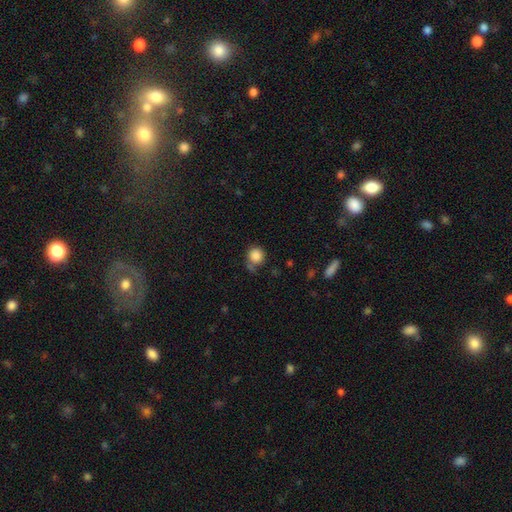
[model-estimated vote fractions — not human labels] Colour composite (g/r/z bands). It shows a smooth galaxy with no disk features (86%) that is round (90%). Merging: none (60%).